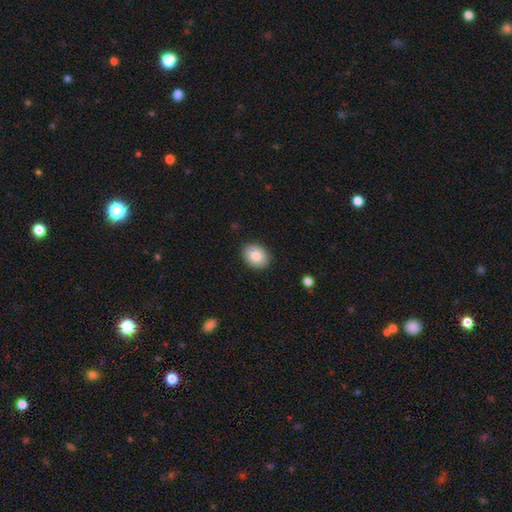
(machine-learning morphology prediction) A smooth galaxy with no disk features (84%) that is in between round and cigar-shaped (57%).

Vote fractions:
- Smooth or featured? smooth: 84% / featured or disk: 9% / star or artifact: 7%
- How rounded? in between: 57% / round: 42% / cigar-shaped: 1%
- Merging? none: 88% / minor disturbance: 9% / major disturbance: 2% / merger: 1%